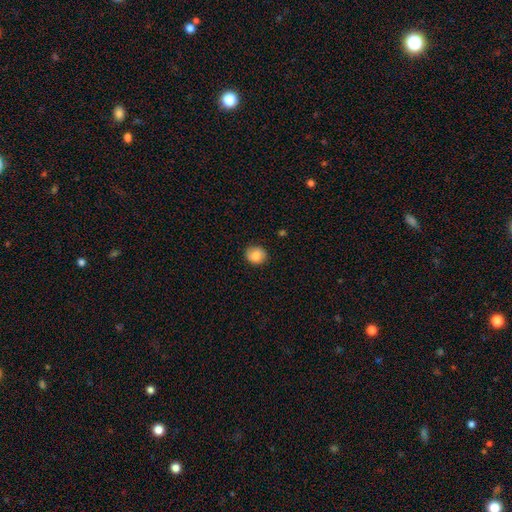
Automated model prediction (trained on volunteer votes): A smooth galaxy with no disk features (85%) that is round (78%). Merging: none (84%).